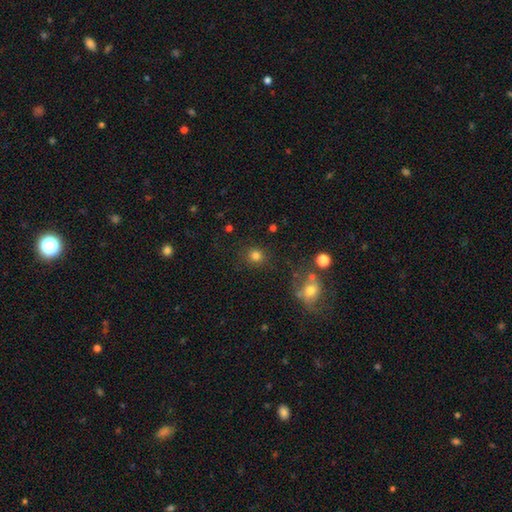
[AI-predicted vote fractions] A smooth galaxy with no disk features (80%) that is round (88%).

Vote fractions:
- Smooth or featured? smooth: 80% / star or artifact: 14% / featured or disk: 6%
- How rounded? round: 88% / in between: 11% / cigar-shaped: 1%
- Merging? none: 85% / minor disturbance: 8% / major disturbance: 3% / merger: 3%